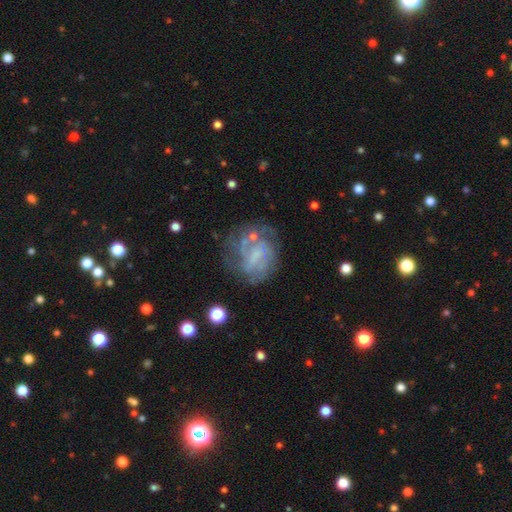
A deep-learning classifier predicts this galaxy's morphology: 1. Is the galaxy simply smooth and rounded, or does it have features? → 67% featured or disk, 23% smooth, 10% star or artifact.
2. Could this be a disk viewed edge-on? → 98% no, 2% yes.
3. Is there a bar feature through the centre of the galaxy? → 48% no, 39% weak, 13% strong.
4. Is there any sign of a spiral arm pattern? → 63% yes, 37% no.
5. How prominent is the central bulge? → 51% none, 29% small, 16% moderate, 3% large, 1% dominant.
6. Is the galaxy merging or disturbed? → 52% none, 22% minor disturbance, 21% major disturbance, 6% merger.